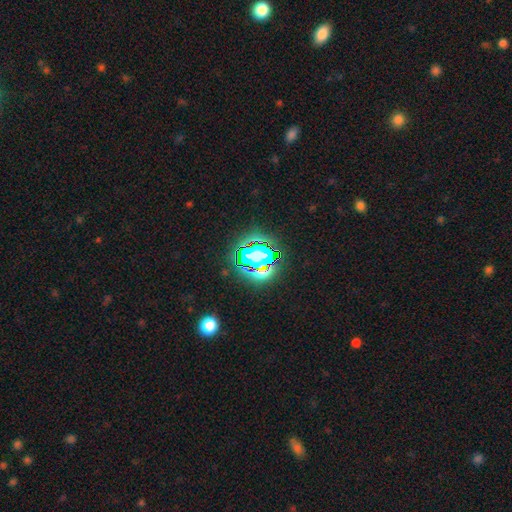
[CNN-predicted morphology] type=star or artifact (63%).